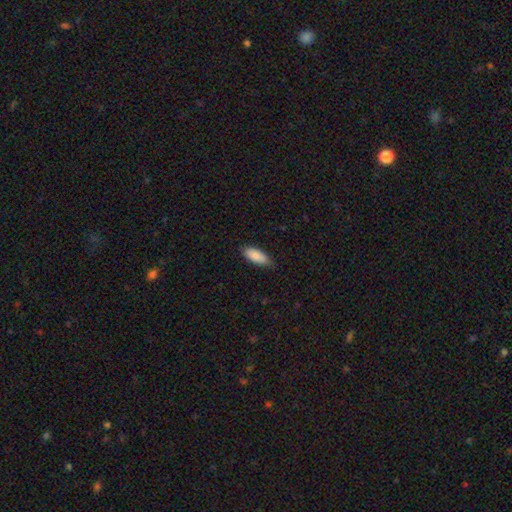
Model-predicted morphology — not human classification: A smooth galaxy with no disk features (87%) that is in between round and cigar-shaped (81%). Merging: none (79%).